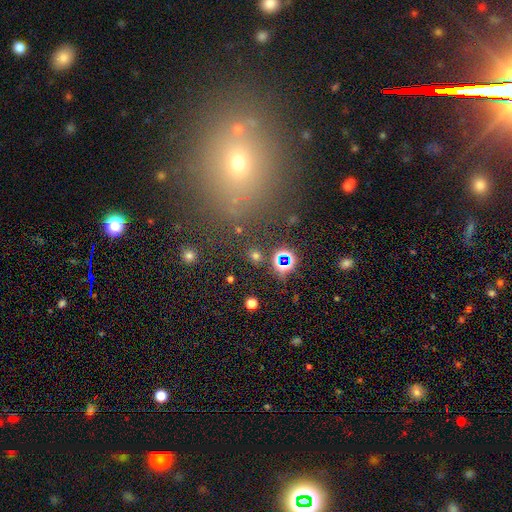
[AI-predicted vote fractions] Smooth or featured? Predicted: smooth (p=0.60). How rounded? Predicted: round (p=0.82). Merging? Predicted: none (p=0.84).